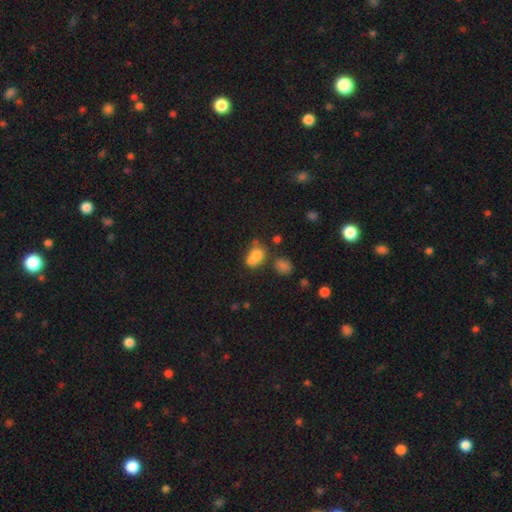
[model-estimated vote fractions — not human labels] Morphology: type=smooth (73%); roundness=in between (52%); merging=merger (52%).